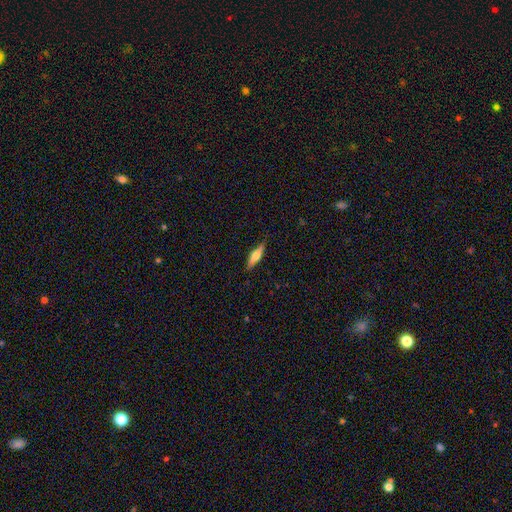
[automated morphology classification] smooth_or_featured: smooth (p=0.52) [alt: featured or disk p=0.41]
how_rounded: cigar-shaped (p=0.65) [alt: in between p=0.33]
merging: none (p=0.85) [alt: minor disturbance p=0.11]